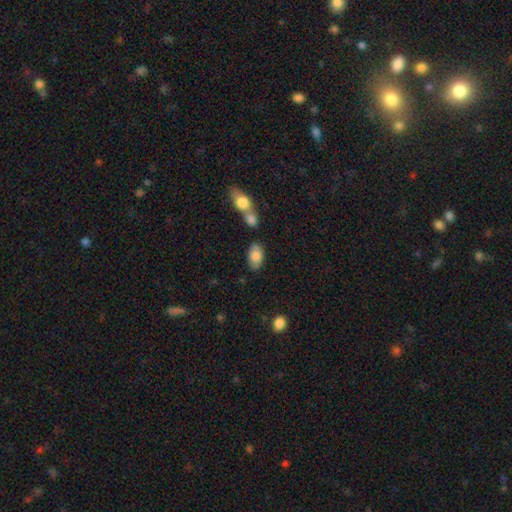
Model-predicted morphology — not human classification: Q: Smooth or featured?
A: smooth (81%); runner-up: featured or disk (12%)
Q: How rounded?
A: in between (93%); runner-up: round (6%)
Q: Merging?
A: none (71%); runner-up: minor disturbance (14%)